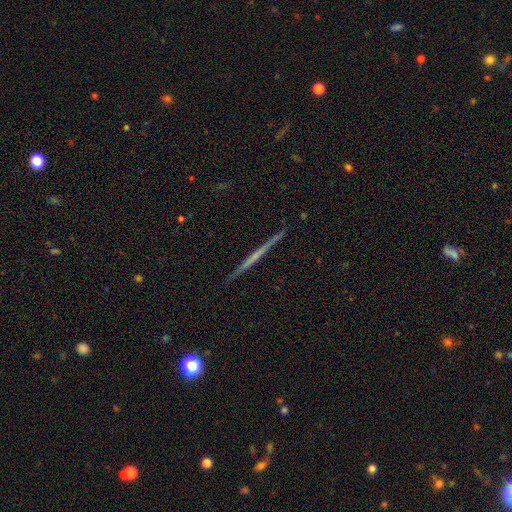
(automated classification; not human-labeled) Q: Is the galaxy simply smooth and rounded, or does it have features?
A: featured or disk — 64%.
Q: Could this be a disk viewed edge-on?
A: yes — 98%.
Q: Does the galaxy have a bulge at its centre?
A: none — 84%.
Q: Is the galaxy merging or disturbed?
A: none — 92%.